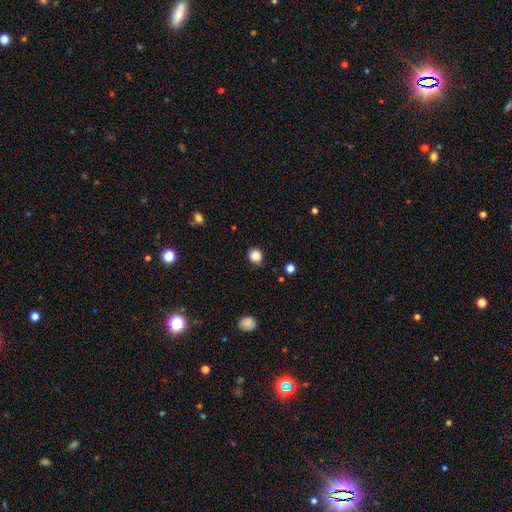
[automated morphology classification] type=smooth (84%); roundness=round (88%); merging=none (86%).